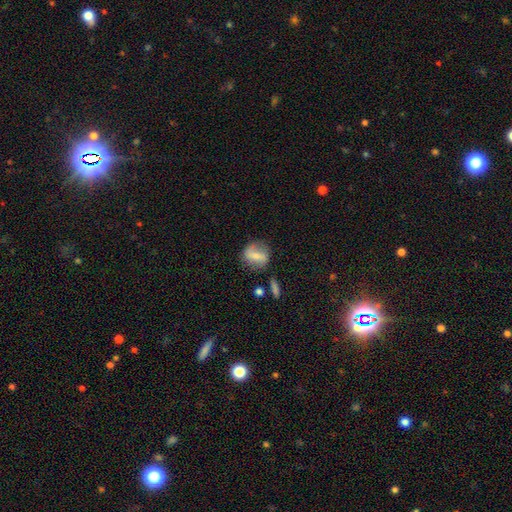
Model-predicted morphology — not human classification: This appears to be a smooth galaxy with no disk features (49%). Merging: none (70%).